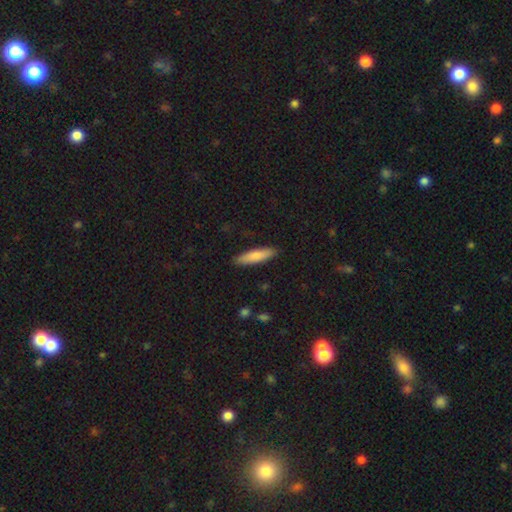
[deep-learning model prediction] Overall: smooth (81%). How rounded: cigar-shaped (76%). Merging: none (89%).